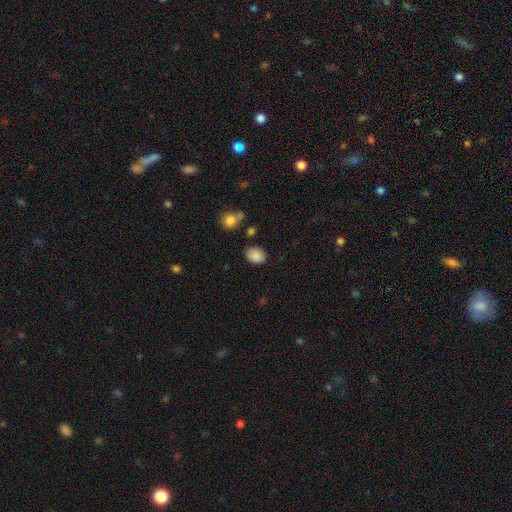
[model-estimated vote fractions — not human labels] Smooth or featured? Predicted: smooth (p=0.86). How rounded? Predicted: in between (p=0.60). Merging? Predicted: none (p=0.82).